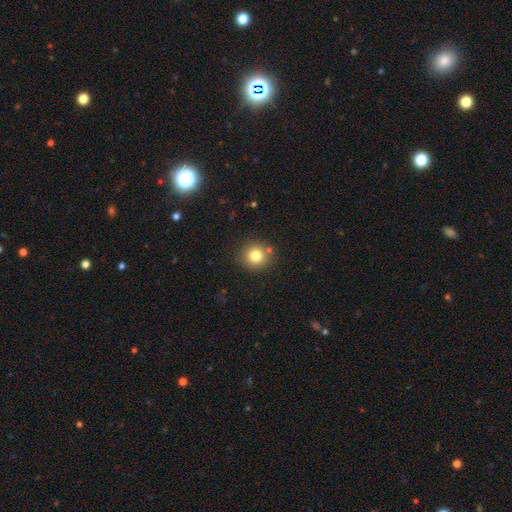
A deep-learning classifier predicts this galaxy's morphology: A smooth galaxy with no disk features (79%) that is round (90%). Merging: none (82%).